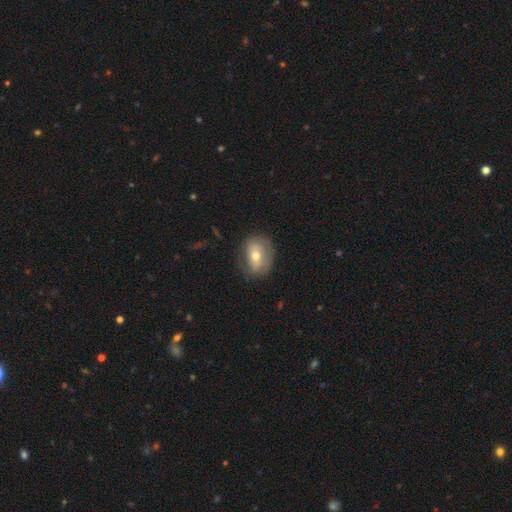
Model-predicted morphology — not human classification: Smooth or featured?
  - smooth: 51% *
  - featured or disk: 41%
  - star or artifact: 8%
How rounded?
  - in between: 68% *
  - round: 30%
  - cigar-shaped: 2%
Merging?
  - none: 69% *
  - minor disturbance: 22%
  - major disturbance: 8%
  - merger: 1%